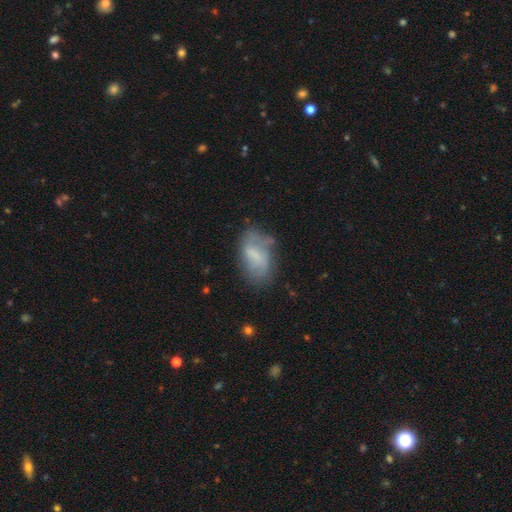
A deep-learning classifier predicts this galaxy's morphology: Smooth or featured: smooth — 52% (featured or disk — 39%)
How rounded: in between — 91% (round — 5%)
Merging: none — 54% (minor disturbance — 29%)